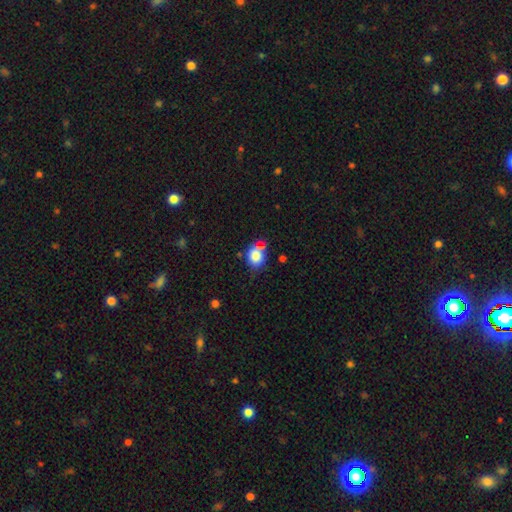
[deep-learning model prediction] Smooth or featured?
  - smooth: 80% *
  - star or artifact: 11%
  - featured or disk: 9%
How rounded?
  - round: 65% *
  - in between: 34%
  - cigar-shaped: 1%
Merging?
  - none: 53% *
  - merger: 27%
  - minor disturbance: 15%
  - major disturbance: 5%